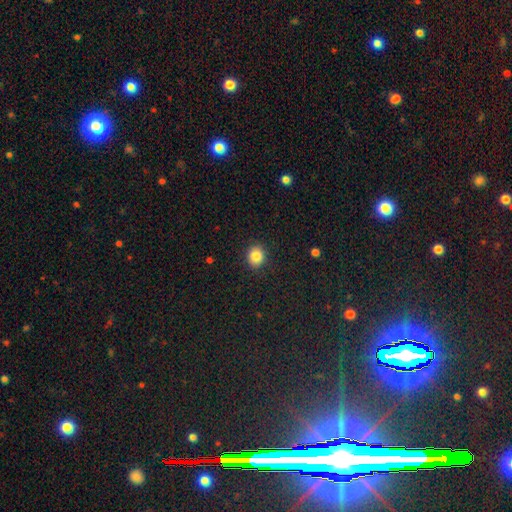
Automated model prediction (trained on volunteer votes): A smooth galaxy with no disk features (85%) that is round (75%).

Vote fractions:
- Smooth or featured? smooth: 85% / star or artifact: 10% / featured or disk: 5%
- How rounded? round: 75% / in between: 24% / cigar-shaped: 1%
- Merging? none: 89% / minor disturbance: 8% / major disturbance: 2% / merger: 1%